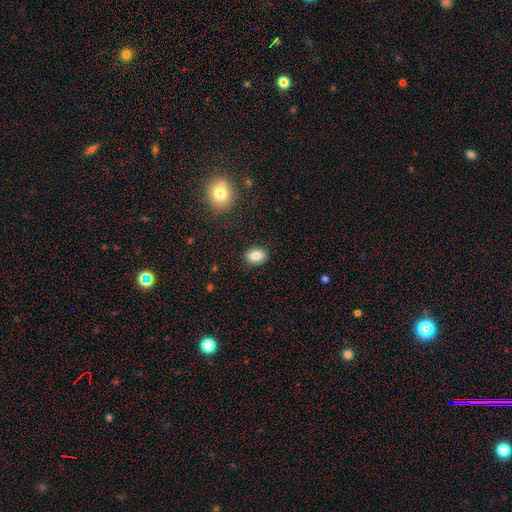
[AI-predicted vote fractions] This appears to be a smooth galaxy with no disk features (83%) that is in between round and cigar-shaped (56%). Merging: none (89%).